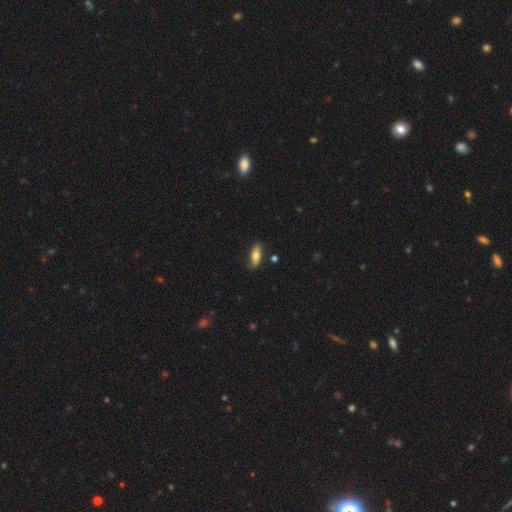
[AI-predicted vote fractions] A smooth galaxy with no disk features (70%) that is in between round and cigar-shaped (66%).

Vote fractions:
- Smooth or featured? smooth: 70% / featured or disk: 23% / star or artifact: 6%
- How rounded? in between: 66% / cigar-shaped: 31% / round: 3%
- Merging? none: 79% / minor disturbance: 16% / major disturbance: 3% / merger: 2%